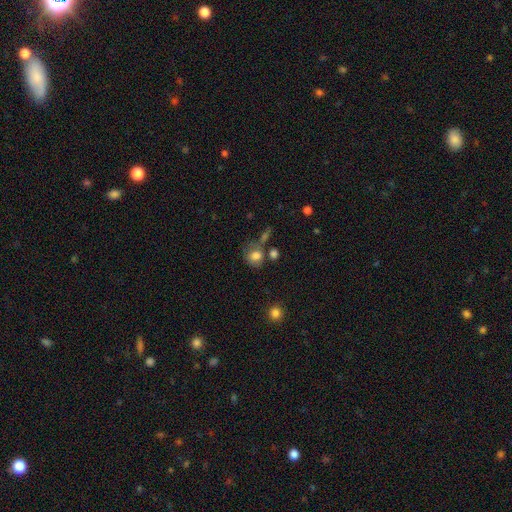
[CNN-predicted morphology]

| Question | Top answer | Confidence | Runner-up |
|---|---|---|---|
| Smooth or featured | smooth | 79% | star or artifact (11%) |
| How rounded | round | 69% | in between (30%) |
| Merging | none | 53% | minor disturbance (19%) |